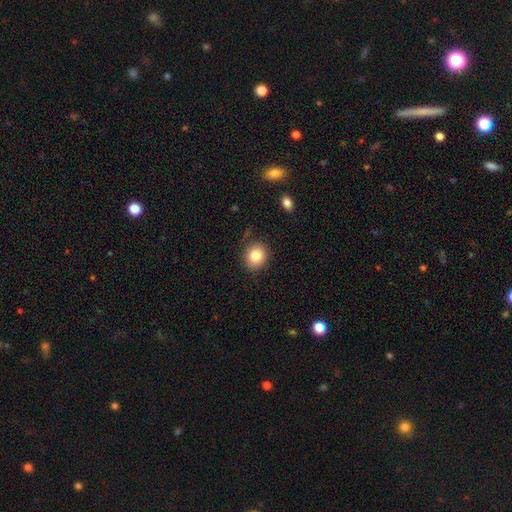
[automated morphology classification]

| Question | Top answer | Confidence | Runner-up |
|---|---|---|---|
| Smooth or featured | smooth | 82% | star or artifact (10%) |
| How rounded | round | 76% | in between (23%) |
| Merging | none | 84% | minor disturbance (11%) |